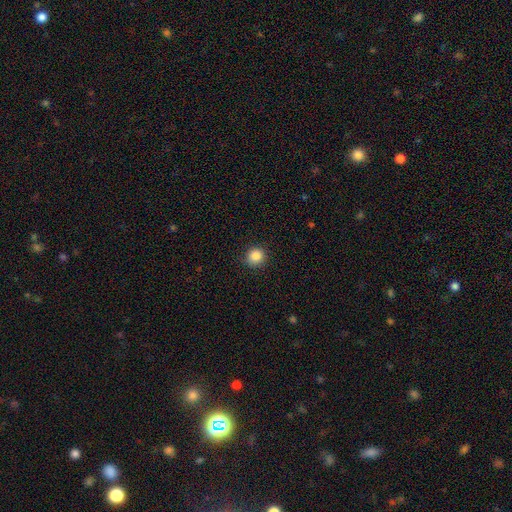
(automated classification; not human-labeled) This is clearly a smooth galaxy (86%). How rounded: clearly round (90%). Merging: clearly none (91%).